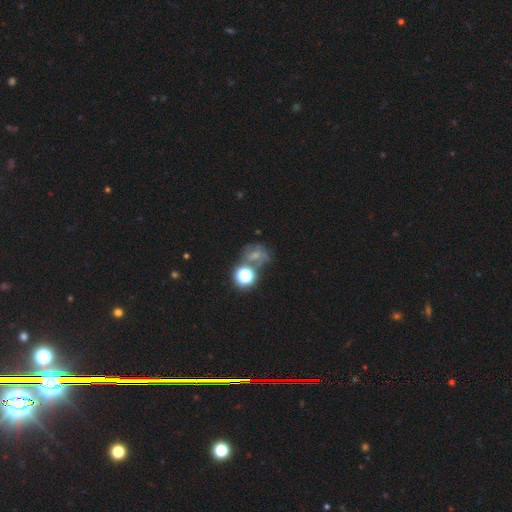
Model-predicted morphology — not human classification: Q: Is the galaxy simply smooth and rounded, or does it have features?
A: featured or disk — 37%.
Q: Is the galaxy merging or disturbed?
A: none — 44%.